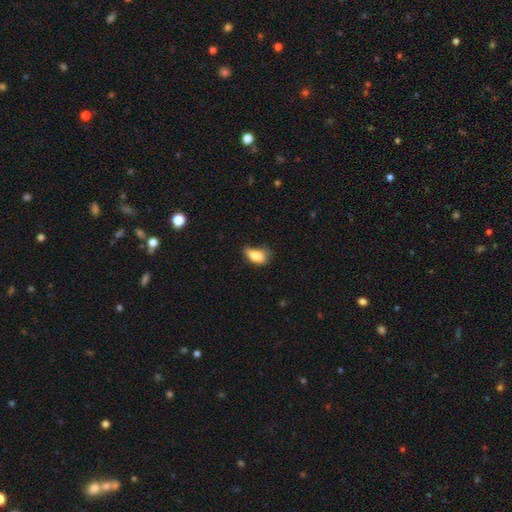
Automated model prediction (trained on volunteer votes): The model was most divided on "merging": minor disturbance: 42%, none: 33%, major disturbance: 21%, merger: 4%. More confident: how rounded — in between (87%); smooth or featured — smooth (80%).